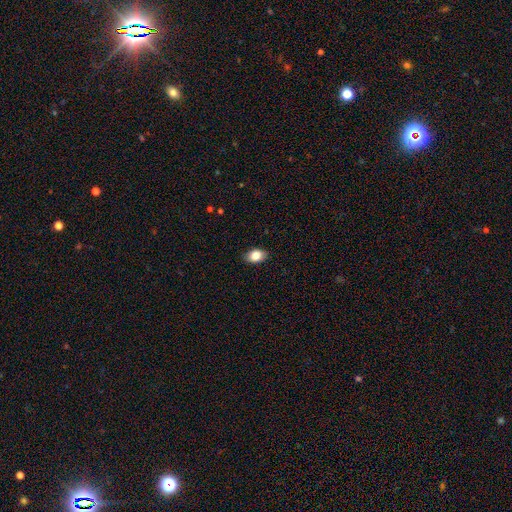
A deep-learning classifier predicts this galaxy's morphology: Smooth or featured? smooth (84%)
How rounded? in between (85%)
Merging? none (87%)